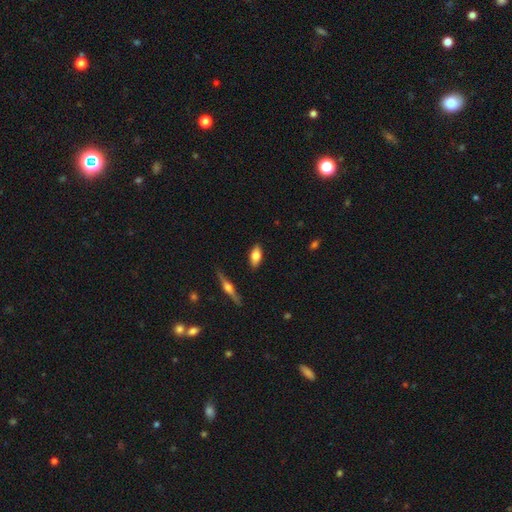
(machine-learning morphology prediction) Smooth or featured? smooth (71%)
How rounded? in between (84%)
Merging? none (86%)